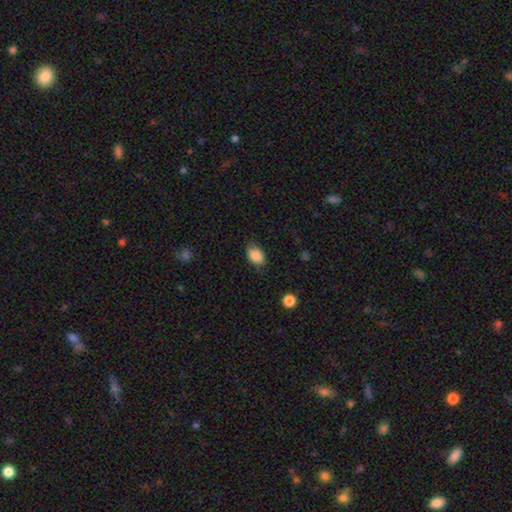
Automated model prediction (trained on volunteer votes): Smooth or featured? smooth (86%)
How rounded? in between (81%)
Merging? none (74%)